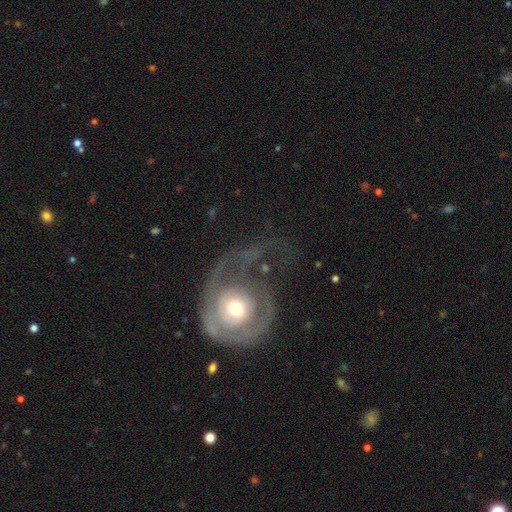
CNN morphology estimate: Smooth or featured? Predicted: featured or disk (p=0.67). Edge-on disk? Predicted: no (p=0.97). Bar? Predicted: no (p=0.80). Spiral arms? Predicted: yes (p=0.66). Bulge size? Predicted: moderate (p=0.68). Merging? Predicted: major disturbance (p=0.44).